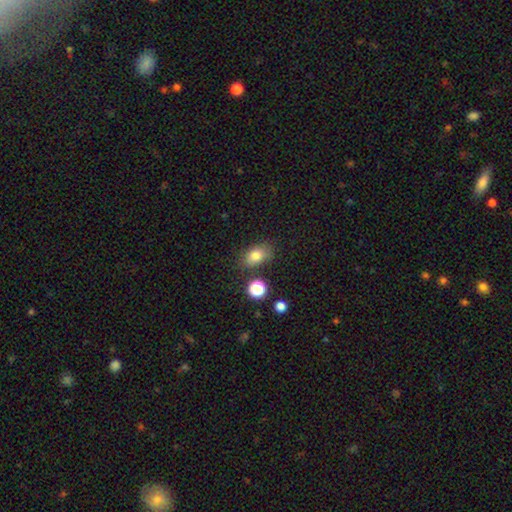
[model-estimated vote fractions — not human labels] Q: Smooth or featured?
A: smooth (80%); runner-up: star or artifact (11%)
Q: How rounded?
A: in between (79%); runner-up: round (19%)
Q: Merging?
A: none (75%); runner-up: minor disturbance (15%)